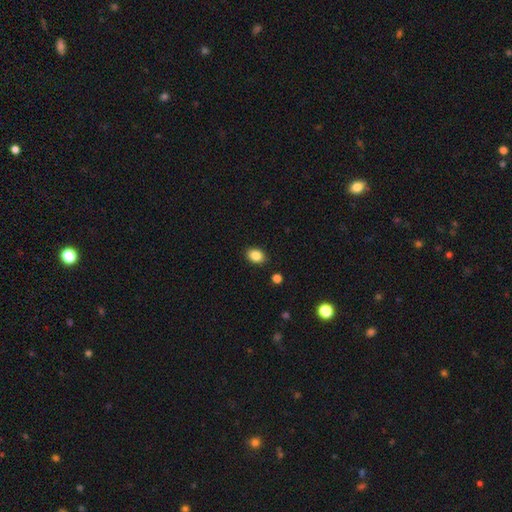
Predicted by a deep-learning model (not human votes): A smooth galaxy with no disk features (86%) that is in between round and cigar-shaped (66%). Merging: none (88%).